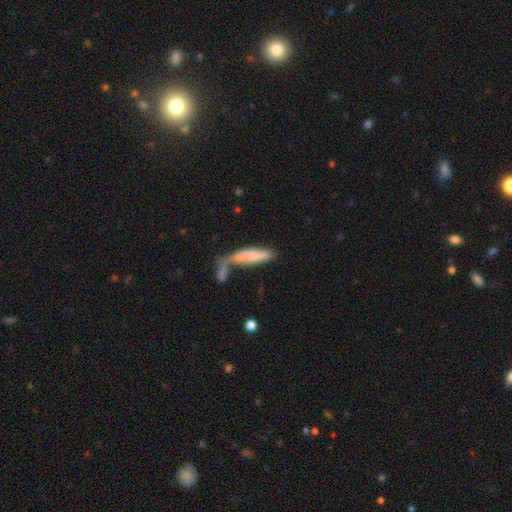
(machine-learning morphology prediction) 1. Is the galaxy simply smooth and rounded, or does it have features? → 69% smooth, 22% featured or disk, 9% star or artifact.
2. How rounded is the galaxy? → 68% cigar-shaped, 30% in between, 2% round.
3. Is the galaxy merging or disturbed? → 50% merger, 24% none, 13% major disturbance, 13% minor disturbance.